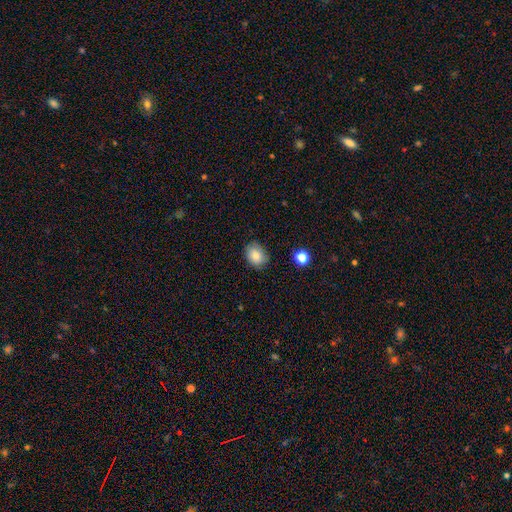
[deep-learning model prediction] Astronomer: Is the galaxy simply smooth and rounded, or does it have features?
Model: smooth — 83%.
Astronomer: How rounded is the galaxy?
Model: in between — 52% (runner-up: round, 47%).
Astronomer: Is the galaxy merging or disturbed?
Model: none — 80%.